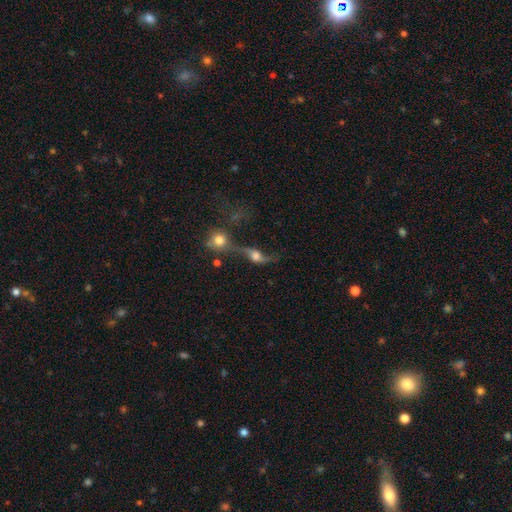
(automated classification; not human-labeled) Smooth or featured?
  - featured or disk: 60% *
  - smooth: 27%
  - star or artifact: 13%
Edge-on disk?
  - no: 79% *
  - yes: 21%
Merging?
  - merger: 38% *
  - none: 30%
  - major disturbance: 18%
  - minor disturbance: 13%